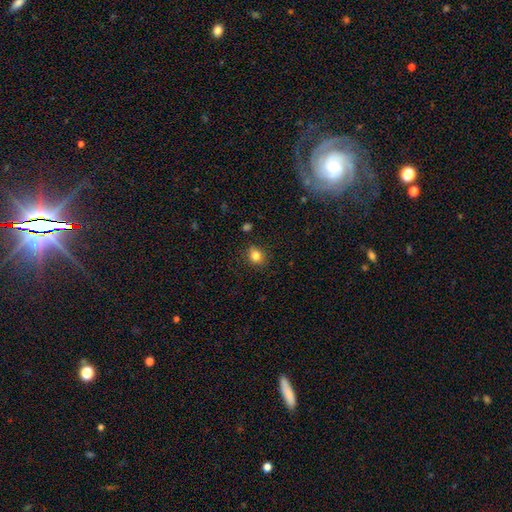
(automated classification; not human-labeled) smooth 82%, star or artifact 11%, featured or disk 6%. Down the decision tree: how rounded — round (67%); merging — none (85%).